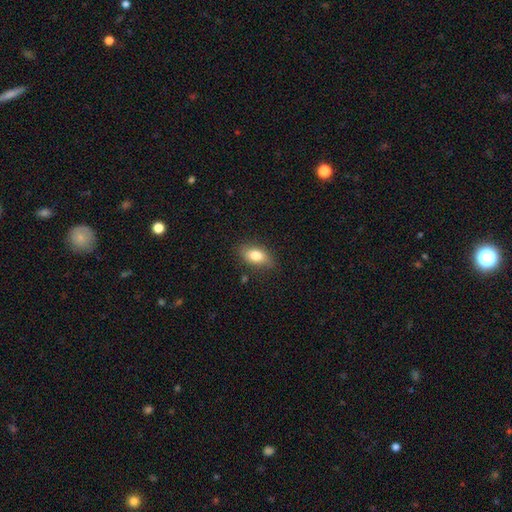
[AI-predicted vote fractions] smooth_or_featured: smooth (p=0.81) [alt: featured or disk p=0.12]
how_rounded: in between (p=0.87) [alt: round p=0.08]
merging: none (p=0.80) [alt: minor disturbance p=0.16]